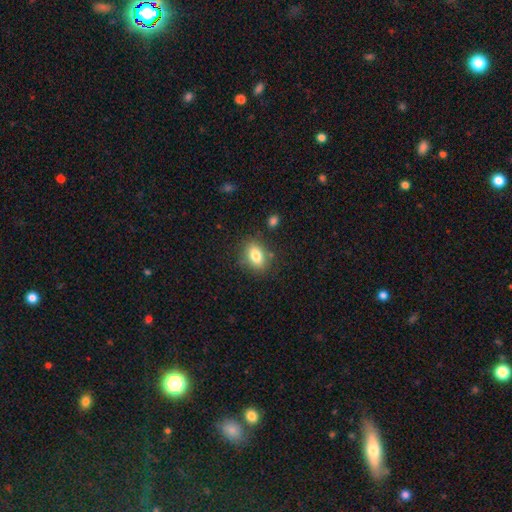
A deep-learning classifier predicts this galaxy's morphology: Smooth or featured: smooth — 81% (featured or disk — 10%)
How rounded: in between — 76% (round — 21%)
Merging: none — 80% (minor disturbance — 12%)